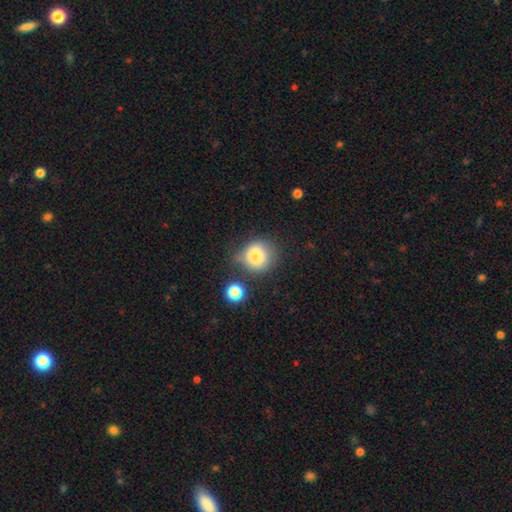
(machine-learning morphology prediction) smooth-or-featured: smooth: 81% | star or artifact: 10% | featured or disk: 9%
  how-rounded: round: 86% | in between: 13% | cigar-shaped: 1%
  merging: none: 65% | minor disturbance: 18% | merger: 10% | major disturbance: 7%